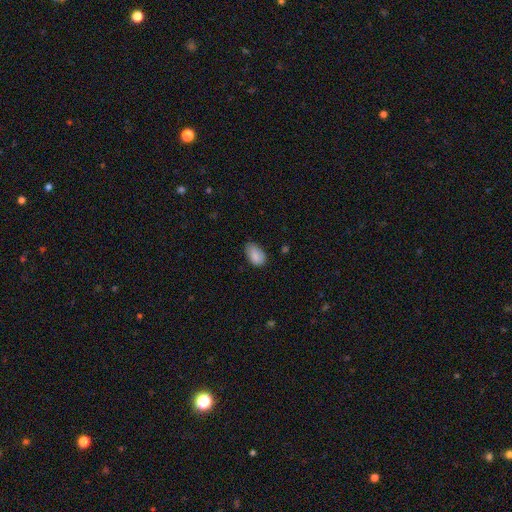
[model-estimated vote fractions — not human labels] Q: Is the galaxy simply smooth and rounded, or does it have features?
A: smooth — 86%.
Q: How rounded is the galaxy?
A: in between — 92%.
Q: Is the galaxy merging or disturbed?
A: none — 64%.